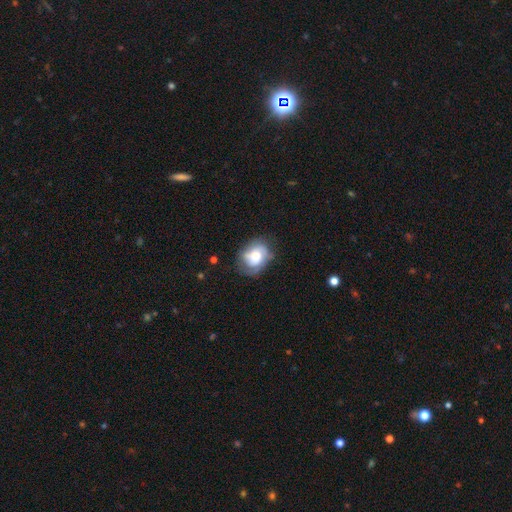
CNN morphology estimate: Q: Smooth or featured?
A: smooth (47%); runner-up: featured or disk (45%)
Q: Merging?
A: none (58%); runner-up: minor disturbance (27%)